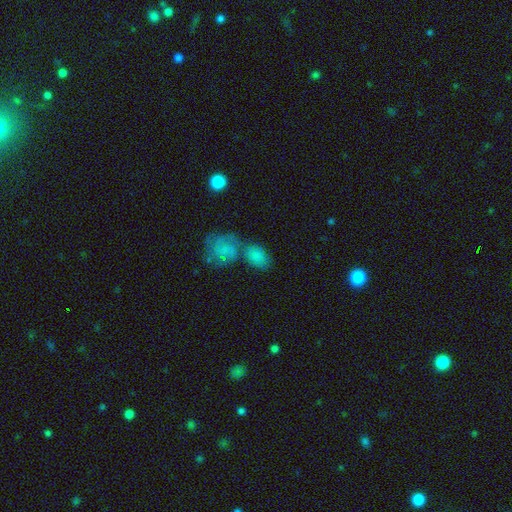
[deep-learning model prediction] This appears to be a smooth galaxy with no disk features (77%) that is in between round and cigar-shaped (84%). Merging: merger (45%).